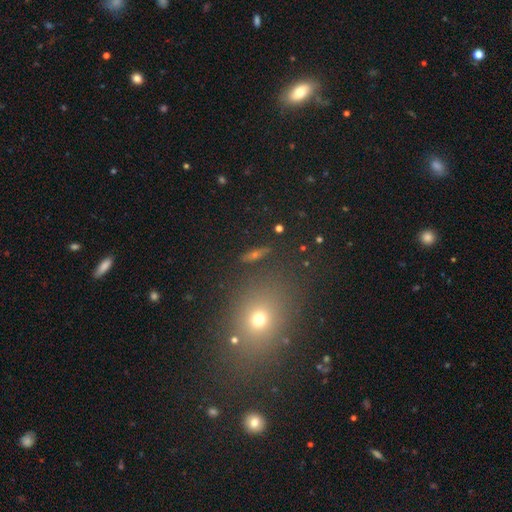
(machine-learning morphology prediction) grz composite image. It shows a smooth galaxy with no disk features (42%). Merging: none (81%).